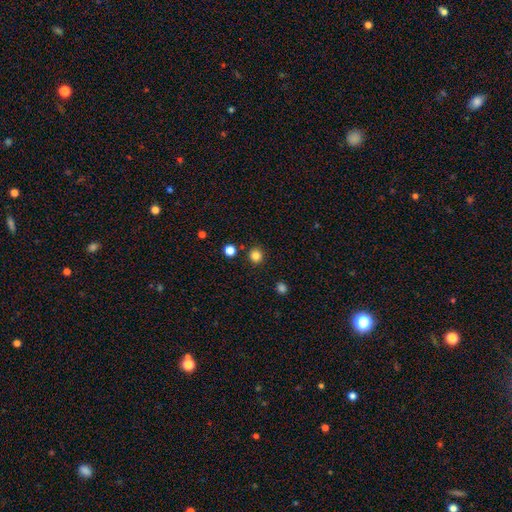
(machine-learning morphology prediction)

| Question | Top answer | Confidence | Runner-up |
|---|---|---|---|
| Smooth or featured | smooth | 83% | star or artifact (13%) |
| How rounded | round | 93% | in between (6%) |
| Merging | none | 89% | minor disturbance (6%) |